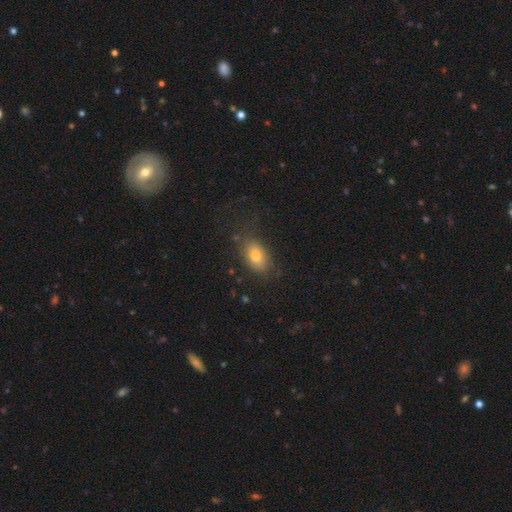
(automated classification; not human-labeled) Overall: smooth (76%). How rounded: in between (84%). Merging: none (76%).